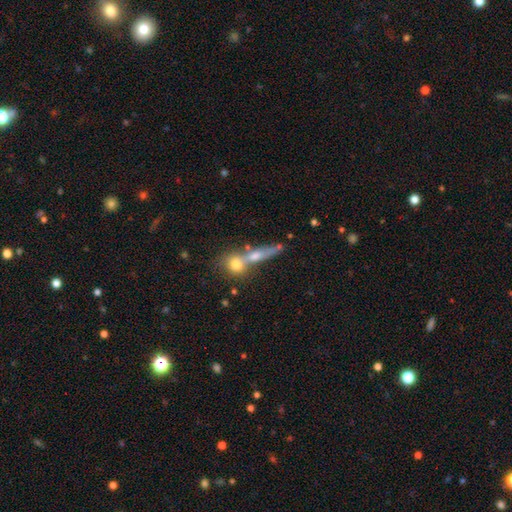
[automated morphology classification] smooth_or_featured: smooth (p=0.60) [alt: featured or disk p=0.29]
how_rounded: cigar-shaped (p=0.47) [alt: in between p=0.26]
merging: merger (p=0.45) [alt: none p=0.38]